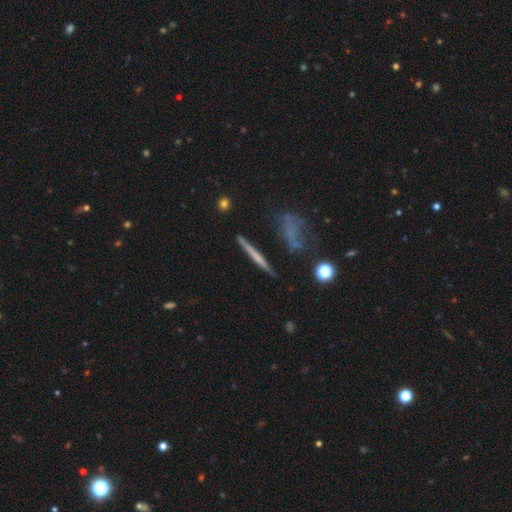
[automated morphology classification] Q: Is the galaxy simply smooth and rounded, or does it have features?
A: featured or disk — 47%.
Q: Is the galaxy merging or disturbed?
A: none — 81%.